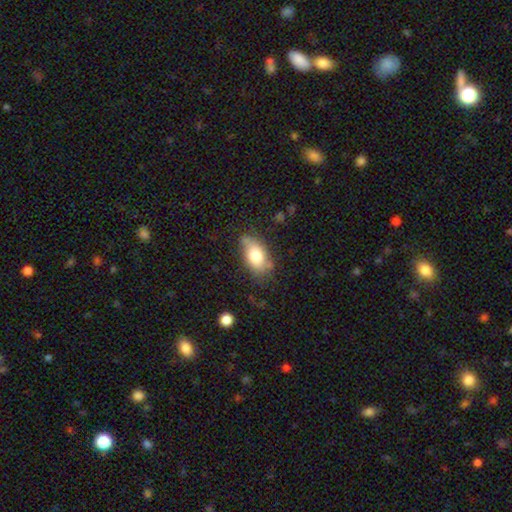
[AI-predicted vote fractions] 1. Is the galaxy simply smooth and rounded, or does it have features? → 75% smooth, 18% featured or disk, 7% star or artifact.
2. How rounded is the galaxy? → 90% in between, 5% round, 4% cigar-shaped.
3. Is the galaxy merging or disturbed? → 65% none, 24% minor disturbance, 7% major disturbance, 3% merger.